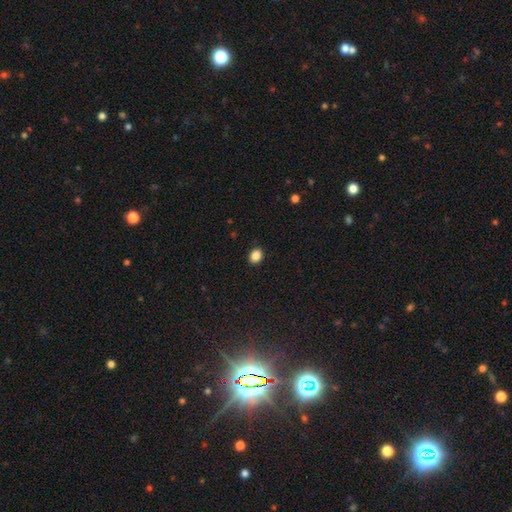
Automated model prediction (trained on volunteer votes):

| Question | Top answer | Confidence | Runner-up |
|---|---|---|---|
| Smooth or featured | smooth | 87% | star or artifact (10%) |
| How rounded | in between | 57% | round (42%) |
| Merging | none | 89% | minor disturbance (8%) |